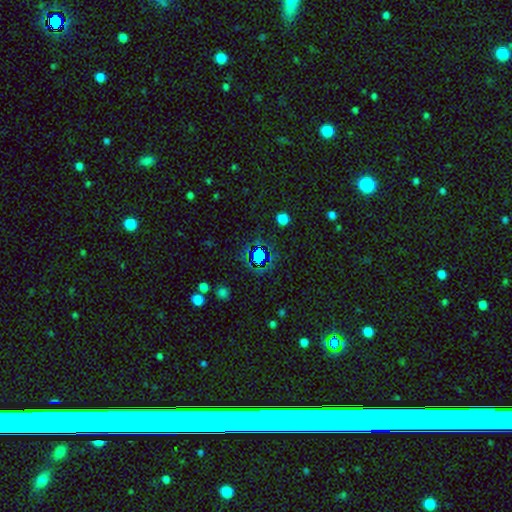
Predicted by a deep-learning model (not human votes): This is possibly a star or artifact rather than a galaxy (59%).